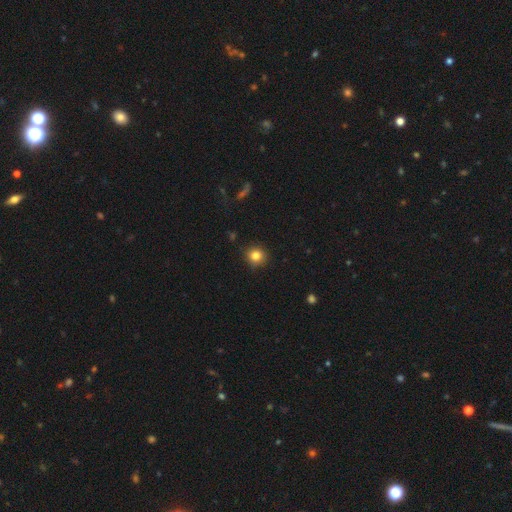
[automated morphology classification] Smooth or featured? Predicted: smooth (p=0.83). How rounded? Predicted: round (p=0.91). Merging? Predicted: none (p=0.89).